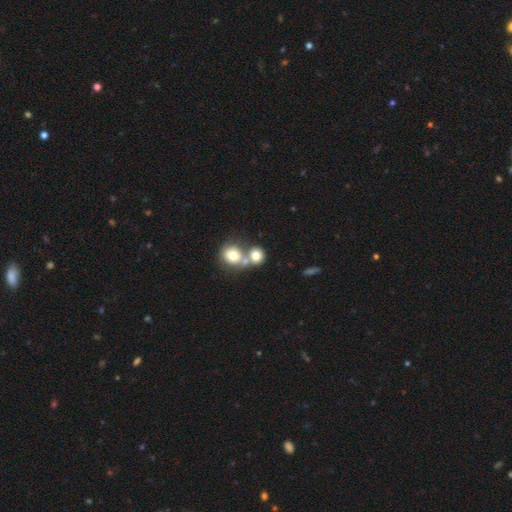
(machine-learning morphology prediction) A smooth galaxy with no disk features (74%) that is round (78%).

Vote fractions:
- Smooth or featured? smooth: 74% / featured or disk: 16% / star or artifact: 11%
- How rounded? round: 78% / in between: 21% / cigar-shaped: 1%
- Merging? merger: 55% / none: 34% / minor disturbance: 7% / major disturbance: 3%